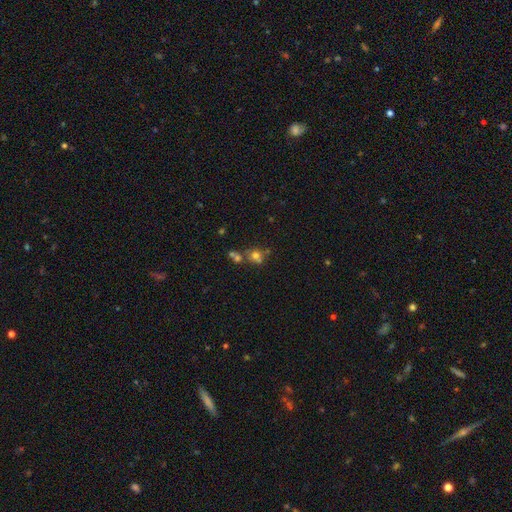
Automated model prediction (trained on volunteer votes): Smooth or featured: smooth — 59% (star or artifact — 22%)
How rounded: round — 75% (in between — 23%)
Merging: none — 43% (merger — 41%)